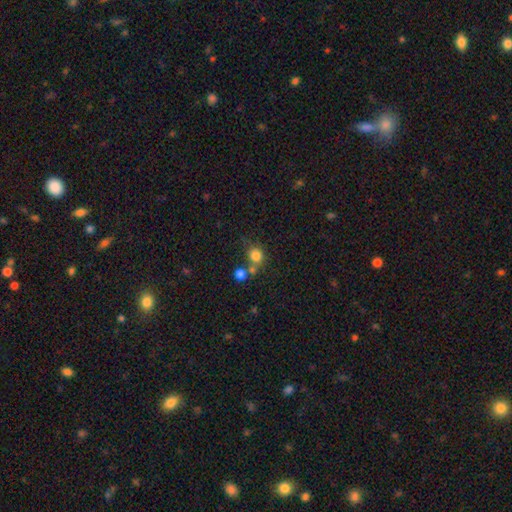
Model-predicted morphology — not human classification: This appears to be a smooth galaxy with no disk features (80%) that is round (84%). Merging: none (52%).